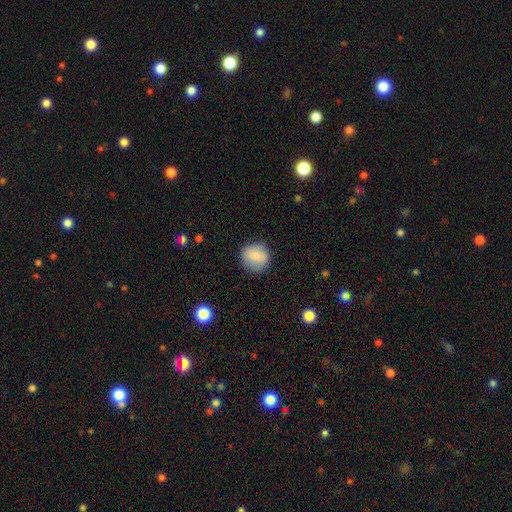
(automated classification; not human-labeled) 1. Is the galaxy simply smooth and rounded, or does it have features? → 85% smooth, 8% star or artifact, 7% featured or disk.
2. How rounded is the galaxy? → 92% round, 7% in between, 1% cigar-shaped.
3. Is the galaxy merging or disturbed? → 86% none, 10% minor disturbance, 3% major disturbance, 1% merger.